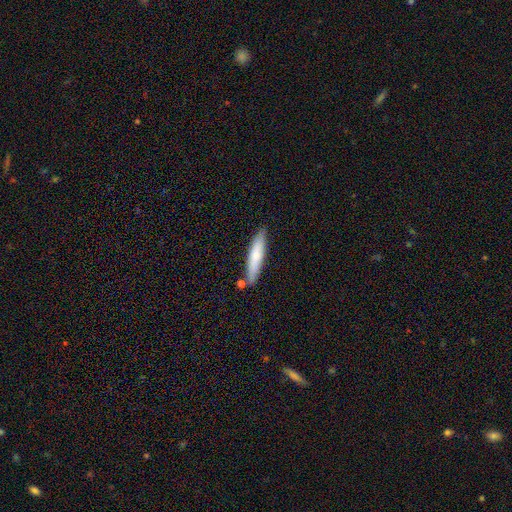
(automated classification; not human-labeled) Morphology: type=smooth (71%); roundness=cigar-shaped (85%); merging=none (79%).